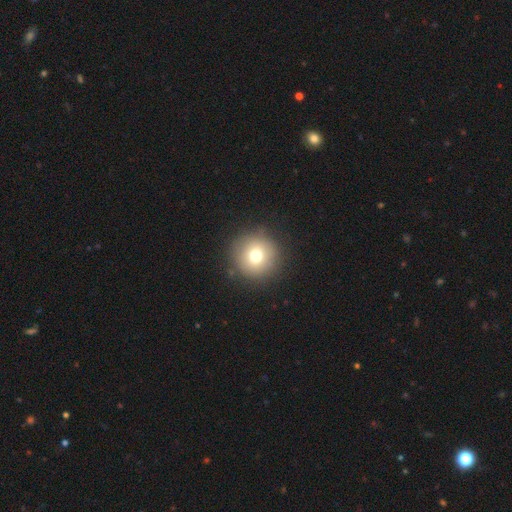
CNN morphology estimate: The model was most divided on "smooth or featured": smooth: 74%, featured or disk: 13%, star or artifact: 13%. More confident: how rounded — round (96%); merging — none (88%).